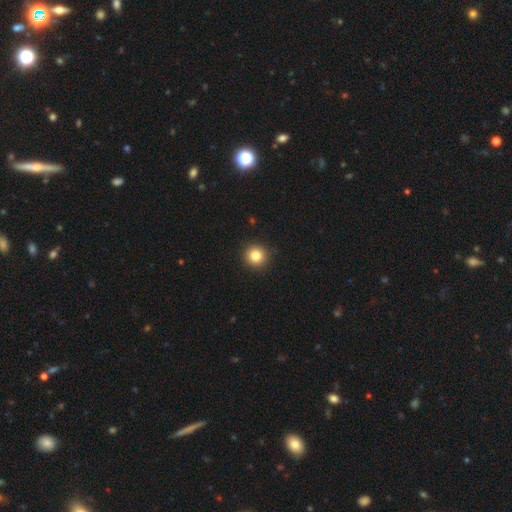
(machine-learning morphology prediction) Smooth or featured?
  - smooth: 83% *
  - star or artifact: 11%
  - featured or disk: 6%
How rounded?
  - round: 93% *
  - in between: 6%
  - cigar-shaped: 1%
Merging?
  - none: 92% *
  - minor disturbance: 5%
  - major disturbance: 2%
  - merger: 1%